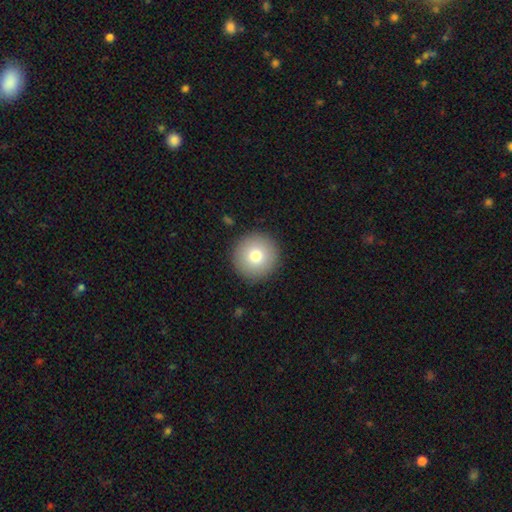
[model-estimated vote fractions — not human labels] Q: Smooth or featured?
A: smooth (77%); runner-up: featured or disk (13%)
Q: How rounded?
A: round (96%); runner-up: in between (3%)
Q: Merging?
A: none (91%); runner-up: minor disturbance (6%)